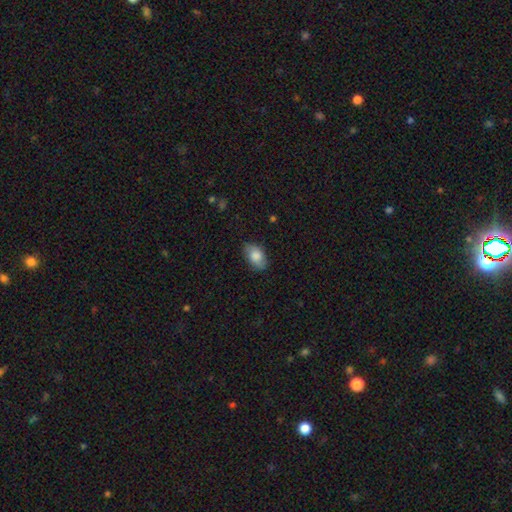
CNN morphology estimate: smooth_or_featured: smooth (p=0.83) [alt: featured or disk p=0.10]
how_rounded: in between (p=0.91) [alt: round p=0.08]
merging: none (p=0.81) [alt: minor disturbance p=0.14]